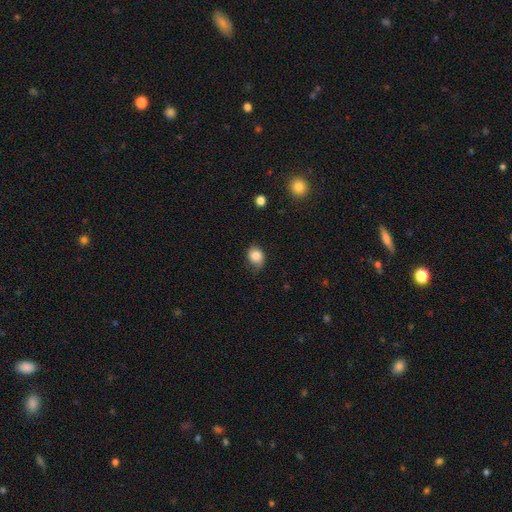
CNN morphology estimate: A smooth galaxy with no disk features (81%) that is round (58%).

Vote fractions:
- Smooth or featured? smooth: 81% / featured or disk: 10% / star or artifact: 9%
- How rounded? round: 58% / in between: 41% / cigar-shaped: 1%
- Merging? none: 65% / minor disturbance: 27% / major disturbance: 7% / merger: 1%